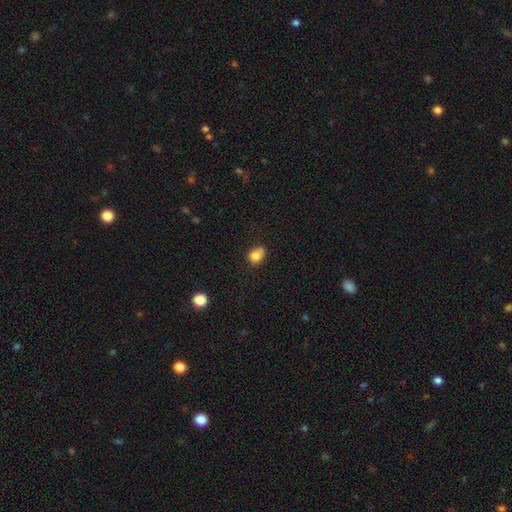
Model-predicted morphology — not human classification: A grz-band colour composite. It shows a smooth galaxy with no disk features (80%) that is round (54%). Merging: none (48%).